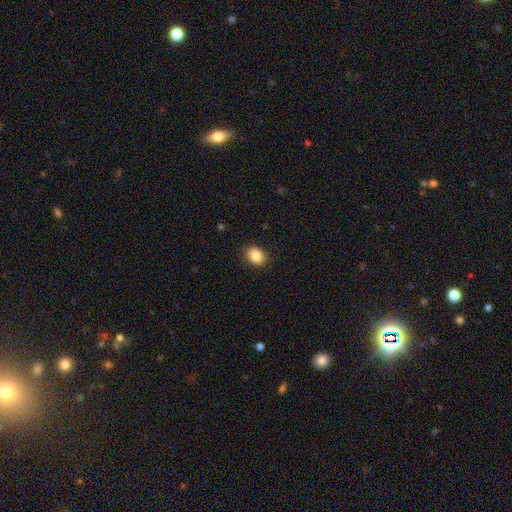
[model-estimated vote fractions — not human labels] Q: Smooth or featured?
A: smooth (86%); runner-up: star or artifact (9%)
Q: How rounded?
A: in between (58%); runner-up: round (41%)
Q: Merging?
A: none (86%); runner-up: minor disturbance (11%)